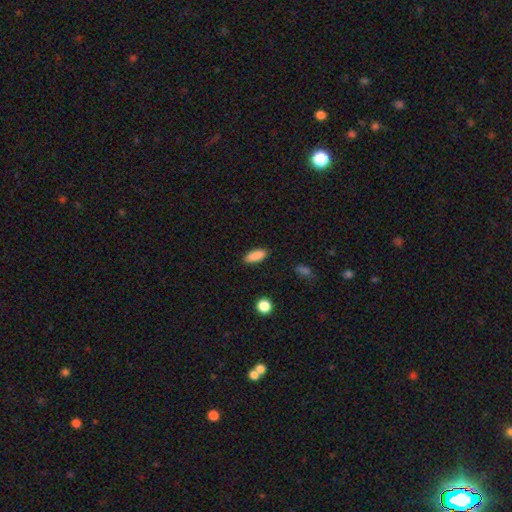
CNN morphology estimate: Smooth or featured: smooth — 88% (star or artifact — 7%)
How rounded: in between — 78% (cigar-shaped — 20%)
Merging: none — 88% (minor disturbance — 9%)